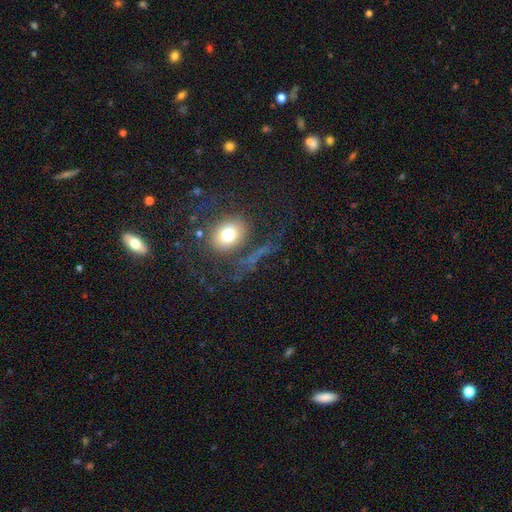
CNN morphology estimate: Smooth or featured? Predicted: smooth (p=0.54). How rounded? Predicted: round (p=0.57). Merging? Predicted: none (p=0.63).